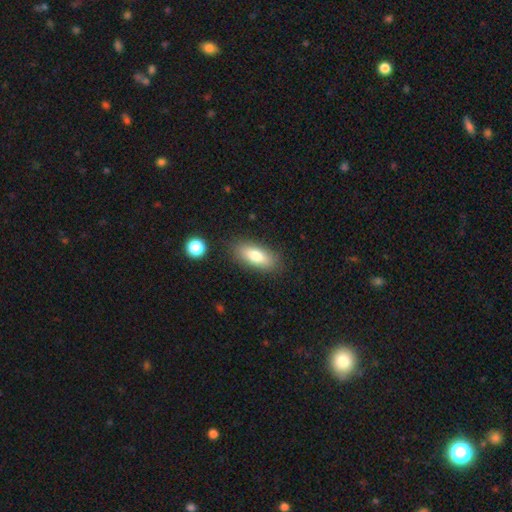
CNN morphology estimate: type=smooth (78%); roundness=in between (80%); merging=none (84%).